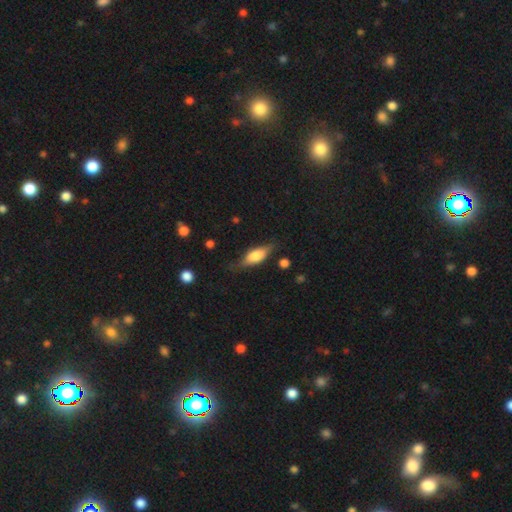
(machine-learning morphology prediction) Smooth or featured: smooth — 55% (featured or disk — 38%)
How rounded: in between — 67% (cigar-shaped — 30%)
Merging: none — 68% (minor disturbance — 23%)